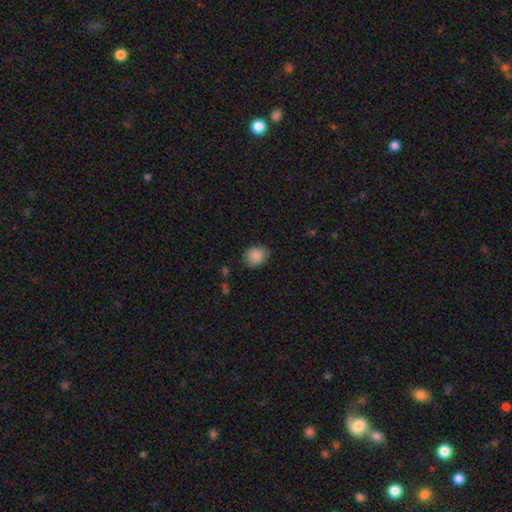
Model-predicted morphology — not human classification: Overall: smooth (88%). How rounded: round (62%; in between 37%). Merging: none (80%).